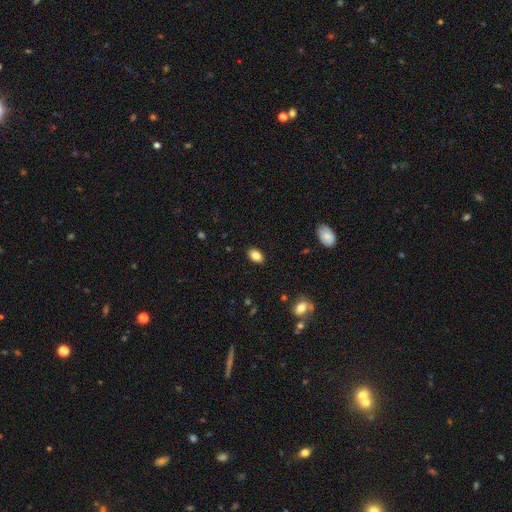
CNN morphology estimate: A smooth galaxy with no disk features (83%) that is in between round and cigar-shaped (86%).

Vote fractions:
- Smooth or featured? smooth: 83% / star or artifact: 9% / featured or disk: 8%
- How rounded? in between: 86% / round: 12% / cigar-shaped: 2%
- Merging? none: 88% / minor disturbance: 8% / major disturbance: 2% / merger: 1%